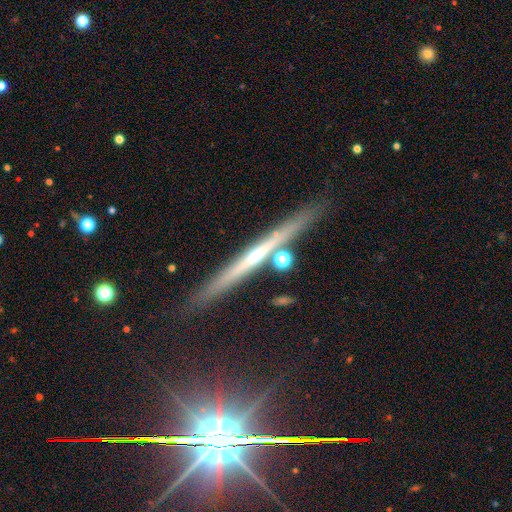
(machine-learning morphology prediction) Smooth or featured? featured or disk (70%)
Edge-on disk? yes (97%)
Edge-on bulge? rounded (57%)
Merging? none (83%)